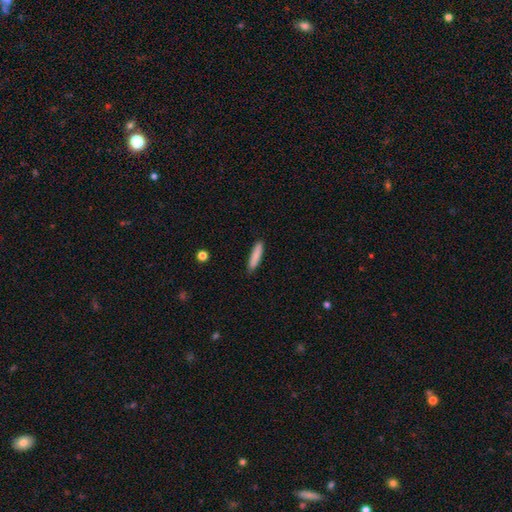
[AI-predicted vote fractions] A smooth galaxy with no disk features (85%) that is cigar-shaped (88%).

Vote fractions:
- Smooth or featured? smooth: 85% / featured or disk: 9% / star or artifact: 6%
- How rounded? cigar-shaped: 88% / in between: 11% / round: 1%
- Merging? none: 90% / minor disturbance: 7% / major disturbance: 2% / merger: 1%